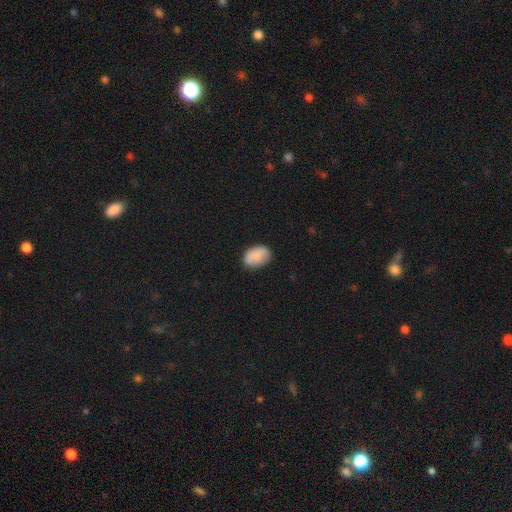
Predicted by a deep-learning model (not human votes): The model was most divided on "merging": none: 77%, minor disturbance: 18%, major disturbance: 4%, merger: 1%. More confident: how rounded — in between (83%); smooth or featured — smooth (83%).